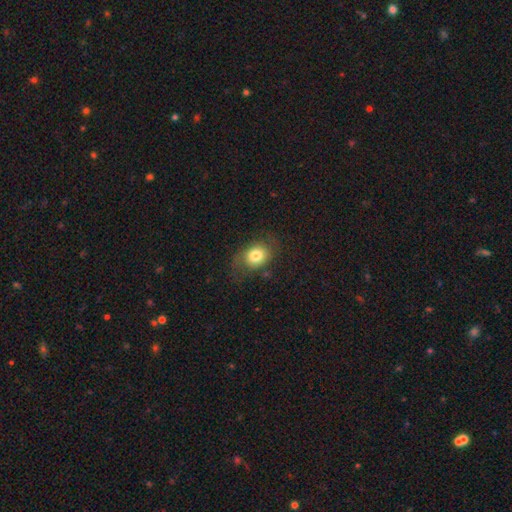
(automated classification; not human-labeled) Overall: smooth (76%). How rounded: in between (53%; round 46%). Merging: none (63%; minor disturbance 23%).